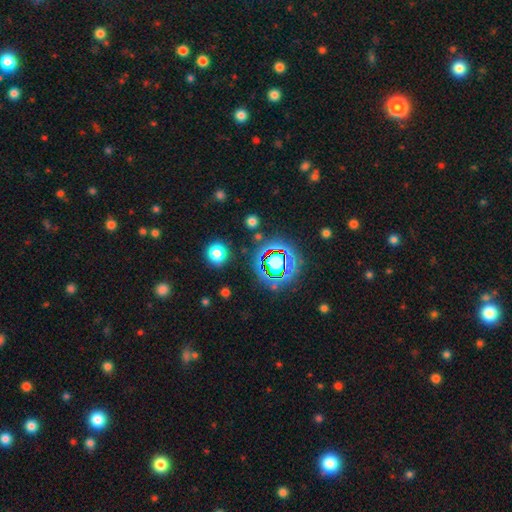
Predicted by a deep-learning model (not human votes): This is likely a star or artifact rather than a galaxy (75%).